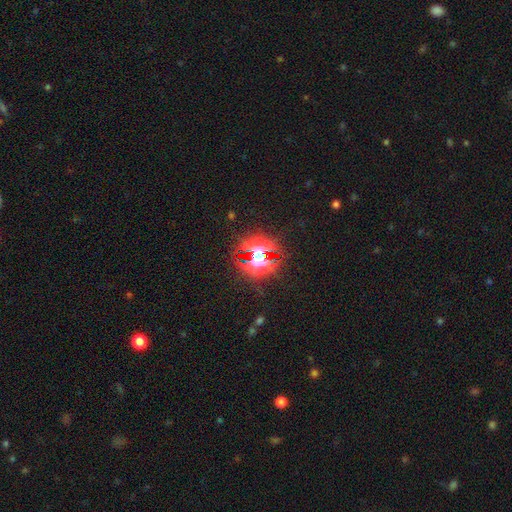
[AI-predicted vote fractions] Smooth or featured? Predicted: star or artifact (p=0.76).